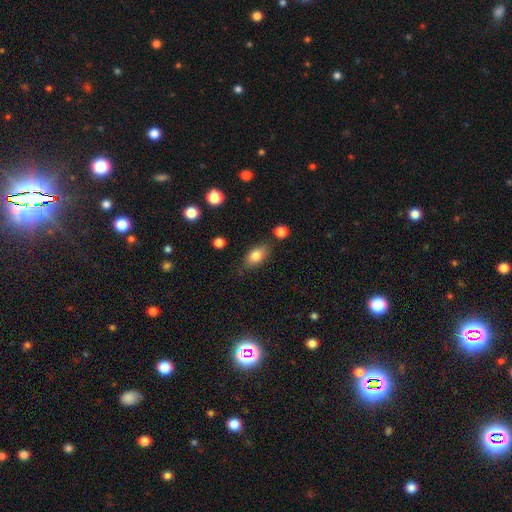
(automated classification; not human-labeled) smooth-or-featured: smooth: 81% | featured or disk: 11% | star or artifact: 8%
  how-rounded: in between: 86% | round: 10% | cigar-shaped: 4%
  merging: none: 77% | minor disturbance: 16% | major disturbance: 4% | merger: 4%